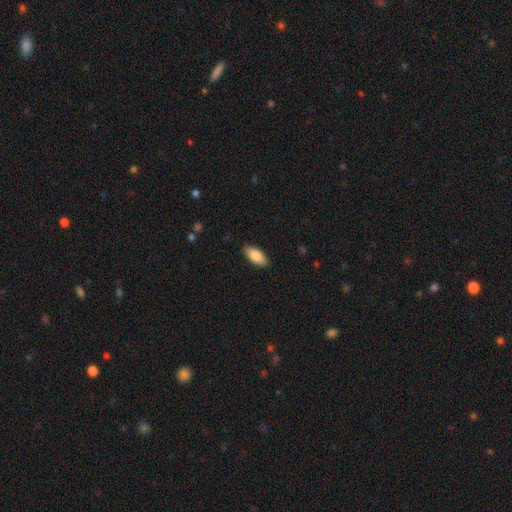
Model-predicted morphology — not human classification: A smooth galaxy with no disk features (86%) that is in between round and cigar-shaped (88%).

Vote fractions:
- Smooth or featured? smooth: 86% / featured or disk: 8% / star or artifact: 6%
- How rounded? in between: 88% / cigar-shaped: 10% / round: 2%
- Merging? none: 88% / minor disturbance: 9% / major disturbance: 2% / merger: 1%